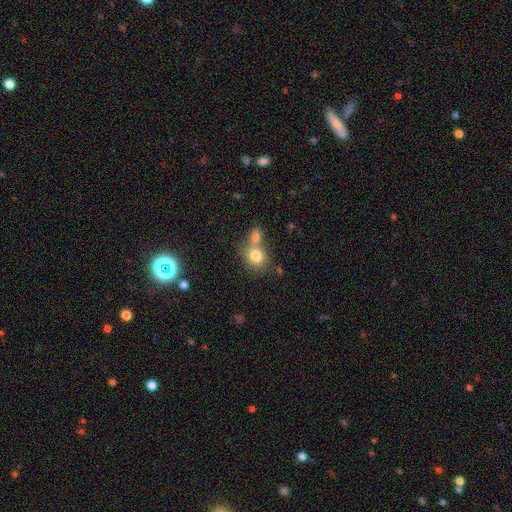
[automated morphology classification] smooth-or-featured: smooth: 80% | star or artifact: 10% | featured or disk: 10%
  how-rounded: round: 71% | in between: 28% | cigar-shaped: 1%
  merging: none: 44% | merger: 43% | minor disturbance: 9% | major disturbance: 4%